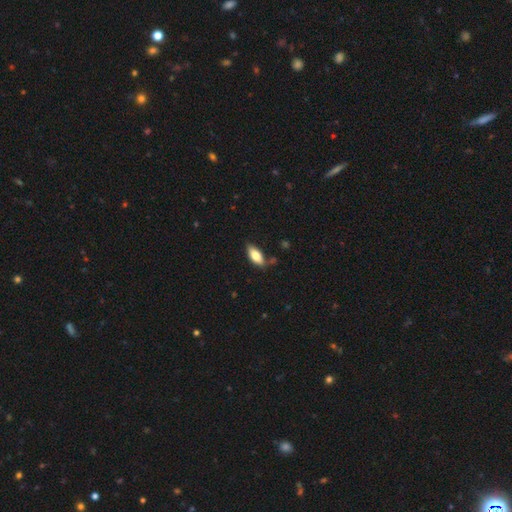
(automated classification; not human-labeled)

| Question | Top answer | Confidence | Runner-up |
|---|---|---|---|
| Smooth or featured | smooth | 80% | featured or disk (14%) |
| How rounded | in between | 84% | cigar-shaped (13%) |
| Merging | none | 76% | minor disturbance (18%) |